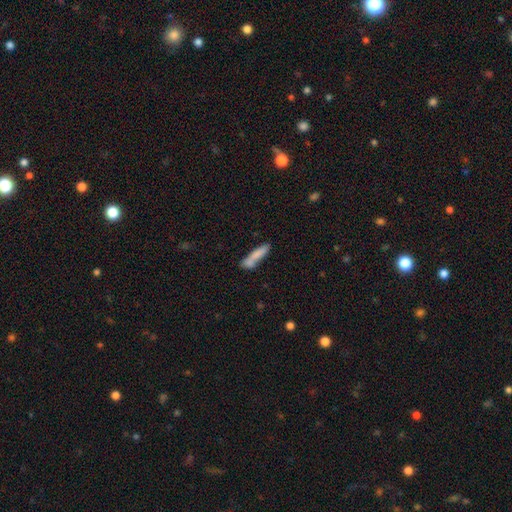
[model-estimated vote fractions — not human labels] Smooth or featured? smooth (78%)
How rounded? cigar-shaped (81%)
Merging? none (60%)